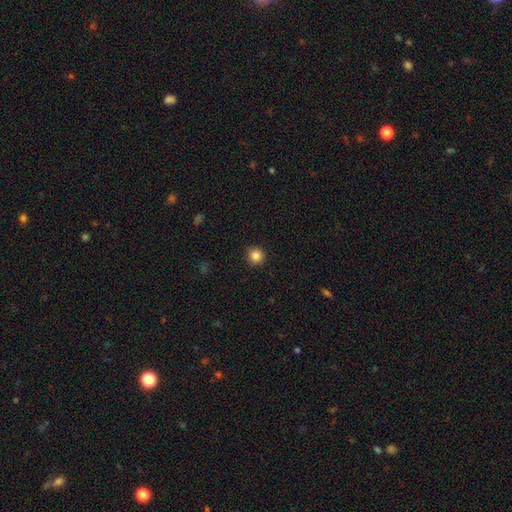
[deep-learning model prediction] Smooth or featured?
  - smooth: 85% *
  - star or artifact: 11%
  - featured or disk: 4%
How rounded?
  - round: 94% *
  - in between: 5%
  - cigar-shaped: 1%
Merging?
  - none: 91% *
  - minor disturbance: 6%
  - major disturbance: 2%
  - merger: 1%